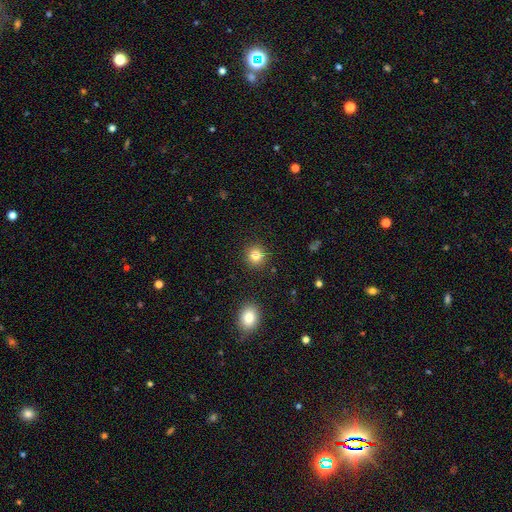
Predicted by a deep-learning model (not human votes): smooth-or-featured: smooth: 83% | star or artifact: 11% | featured or disk: 6%
  how-rounded: round: 91% | in between: 8% | cigar-shaped: 1%
  merging: none: 91% | minor disturbance: 6% | major disturbance: 2% | merger: 2%